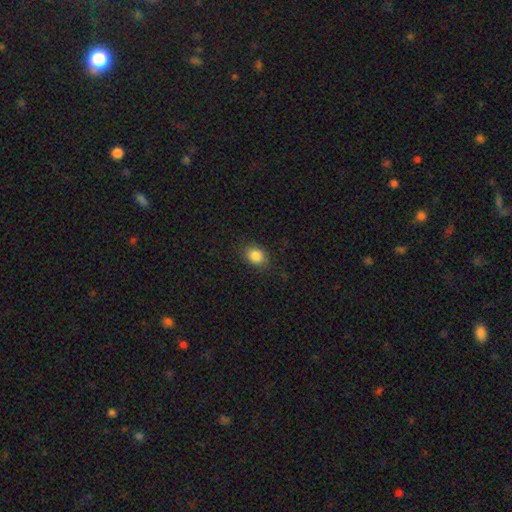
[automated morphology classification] The model was most divided on "how rounded": in between: 59%, round: 40%, cigar-shaped: 1%. More confident: merging — none (86%); smooth or featured — smooth (86%).